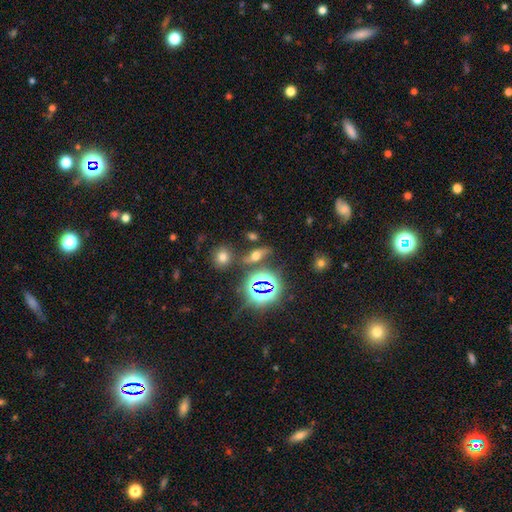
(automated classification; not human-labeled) Smooth or featured? smooth (38%)
Merging? none (72%)